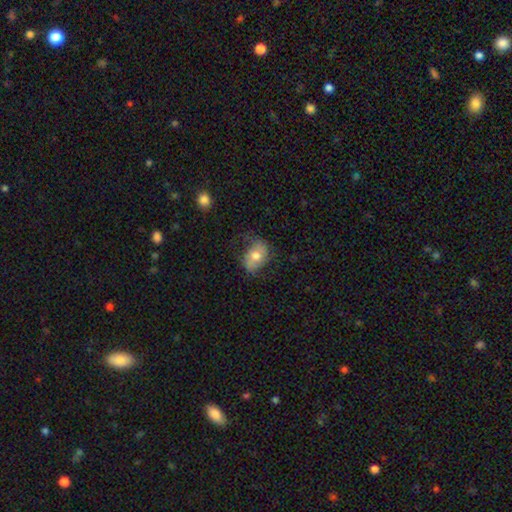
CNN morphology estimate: This is possibly a smooth galaxy (59%). How rounded: likely in between (71%). Merging: possibly none (55%).